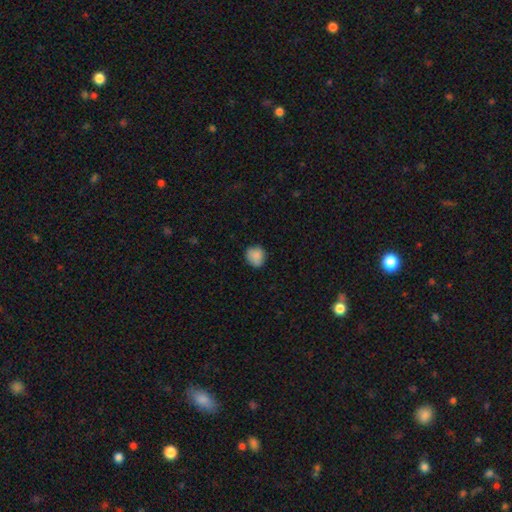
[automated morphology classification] Q: Smooth or featured?
A: smooth (86%); runner-up: star or artifact (9%)
Q: How rounded?
A: round (81%); runner-up: in between (18%)
Q: Merging?
A: none (81%); runner-up: minor disturbance (16%)